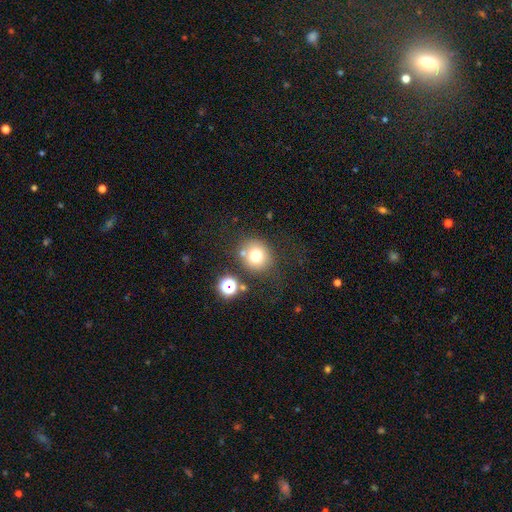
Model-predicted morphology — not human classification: Smooth or featured? smooth (74%)
How rounded? round (85%)
Merging? none (71%)